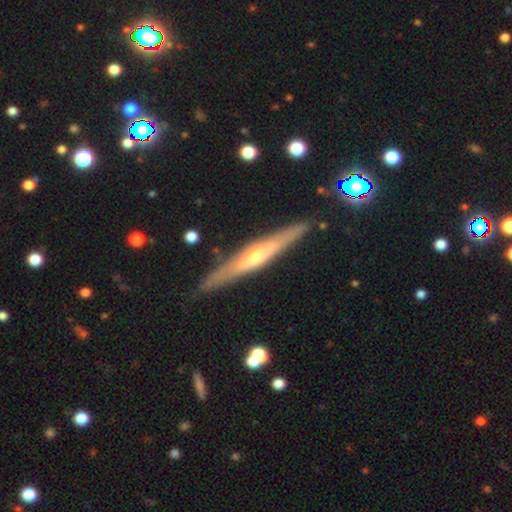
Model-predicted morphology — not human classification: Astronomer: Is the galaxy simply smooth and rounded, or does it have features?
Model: featured or disk — 70%.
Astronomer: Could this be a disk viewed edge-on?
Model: yes — 96%.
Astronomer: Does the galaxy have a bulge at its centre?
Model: rounded — 75%.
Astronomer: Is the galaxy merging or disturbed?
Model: none — 89%.